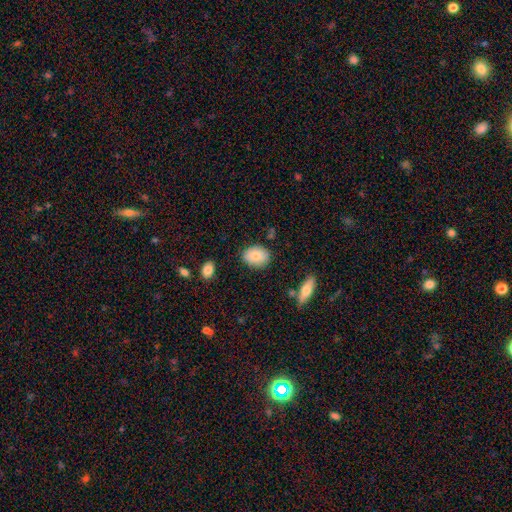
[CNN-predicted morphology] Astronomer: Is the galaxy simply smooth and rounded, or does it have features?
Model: smooth — 83%.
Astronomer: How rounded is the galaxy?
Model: in between — 72%.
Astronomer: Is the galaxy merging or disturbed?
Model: none — 82%.